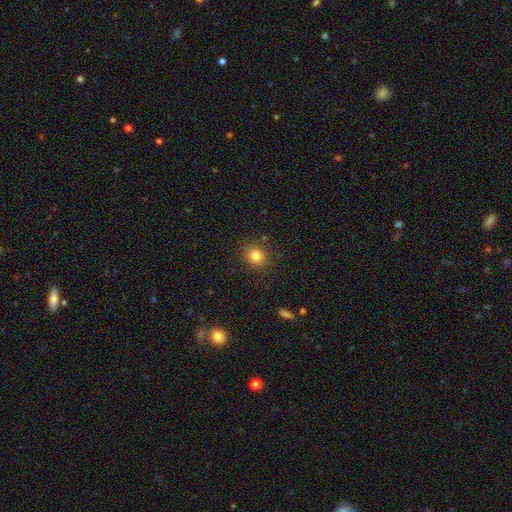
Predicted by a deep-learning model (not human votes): This appears to be a smooth galaxy with no disk features (82%) that is round (79%). Merging: none (86%).